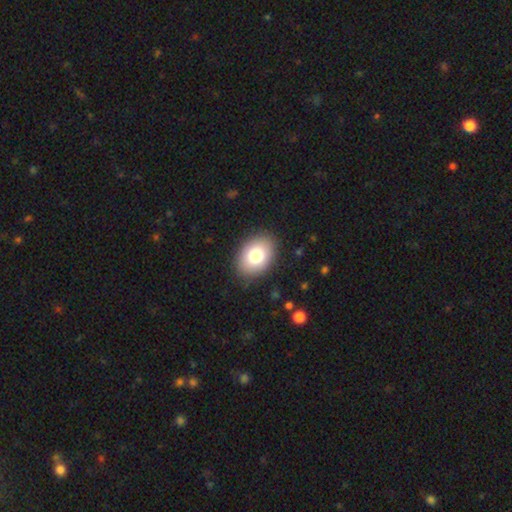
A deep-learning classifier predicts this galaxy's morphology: smooth-or-featured: smooth: 80% | featured or disk: 12% | star or artifact: 8%
  how-rounded: in between: 82% | round: 17% | cigar-shaped: 1%
  merging: none: 88% | minor disturbance: 9% | major disturbance: 3% | merger: 1%